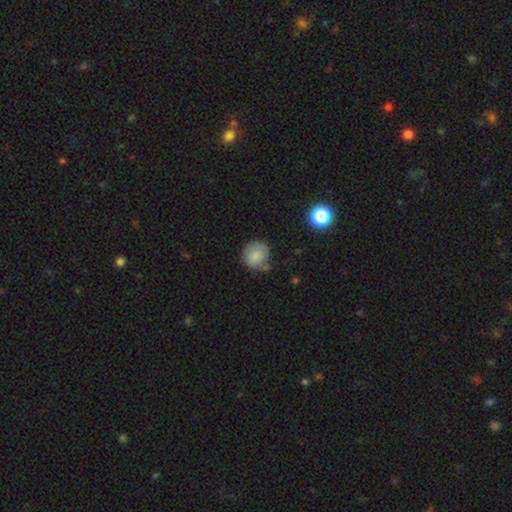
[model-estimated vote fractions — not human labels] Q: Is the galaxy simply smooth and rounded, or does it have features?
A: smooth — 81%.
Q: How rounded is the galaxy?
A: round — 85%.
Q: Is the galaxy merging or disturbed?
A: none — 64%.